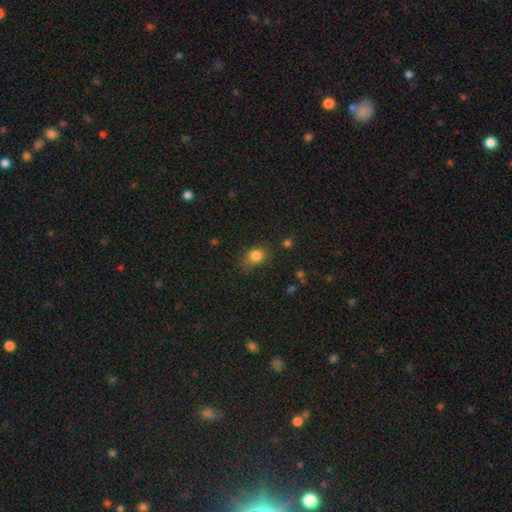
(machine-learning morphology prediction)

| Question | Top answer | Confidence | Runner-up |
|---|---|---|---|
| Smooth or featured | smooth | 82% | star or artifact (11%) |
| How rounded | round | 51% | in between (47%) |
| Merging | none | 63% | minor disturbance (26%) |